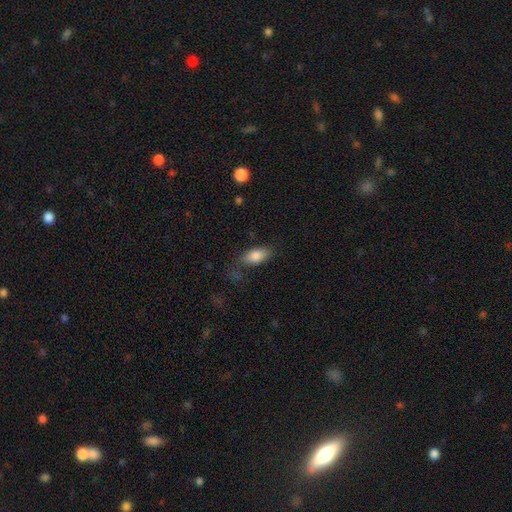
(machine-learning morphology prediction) A smooth galaxy with no disk features (83%) that is in between round and cigar-shaped (89%).

Vote fractions:
- Smooth or featured? smooth: 83% / featured or disk: 10% / star or artifact: 7%
- How rounded? in between: 89% / cigar-shaped: 8% / round: 3%
- Merging? none: 69% / minor disturbance: 20% / major disturbance: 8% / merger: 3%